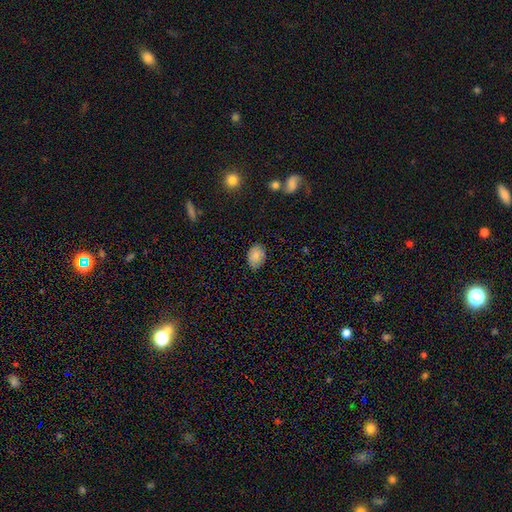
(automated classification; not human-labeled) Smooth or featured?
  - smooth: 85% *
  - star or artifact: 8%
  - featured or disk: 7%
How rounded?
  - in between: 79% *
  - round: 20%
  - cigar-shaped: 1%
Merging?
  - none: 81% *
  - minor disturbance: 15%
  - major disturbance: 3%
  - merger: 1%